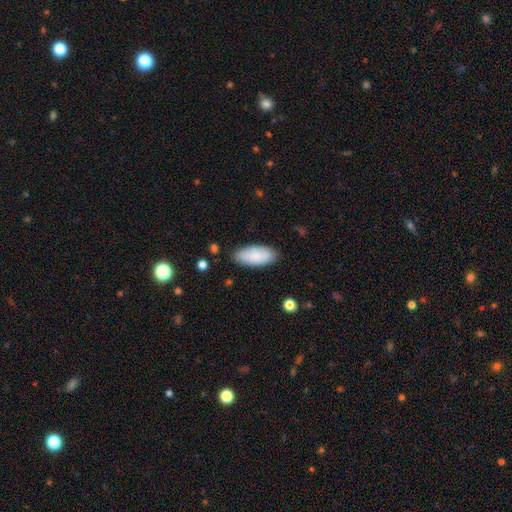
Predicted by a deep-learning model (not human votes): Smooth or featured? smooth (84%)
How rounded? in between (90%)
Merging? none (83%)